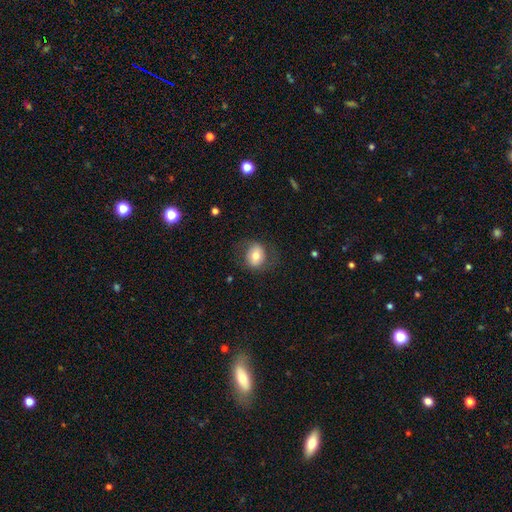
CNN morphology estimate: Q: Smooth or featured?
A: smooth (68%); runner-up: featured or disk (23%)
Q: How rounded?
A: in between (50%); runner-up: round (49%)
Q: Merging?
A: none (72%); runner-up: minor disturbance (17%)